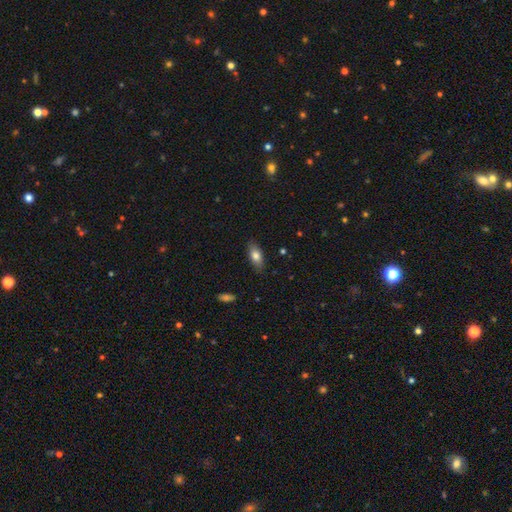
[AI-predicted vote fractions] Q: Smooth or featured?
A: smooth (78%); runner-up: featured or disk (15%)
Q: How rounded?
A: in between (84%); runner-up: cigar-shaped (13%)
Q: Merging?
A: none (85%); runner-up: minor disturbance (12%)